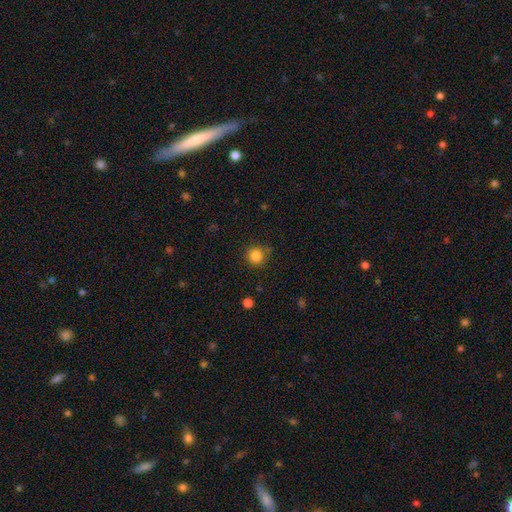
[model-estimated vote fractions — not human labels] A smooth galaxy with no disk features (84%) that is round (93%).

Vote fractions:
- Smooth or featured? smooth: 84% / star or artifact: 11% / featured or disk: 5%
- How rounded? round: 93% / in between: 6% / cigar-shaped: 1%
- Merging? none: 81% / minor disturbance: 13% / major disturbance: 3% / merger: 3%